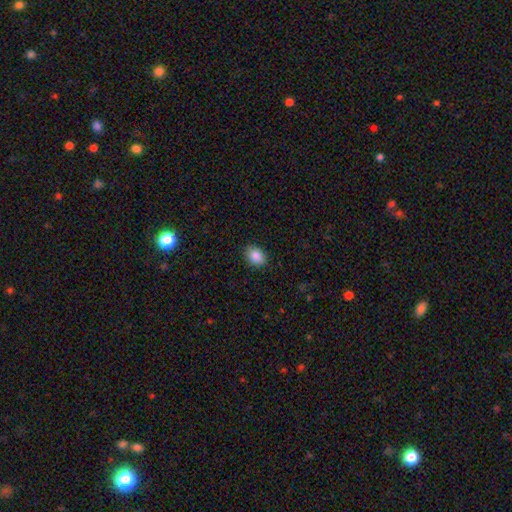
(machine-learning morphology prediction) A smooth galaxy with no disk features (87%) that is in between round and cigar-shaped (65%).

Vote fractions:
- Smooth or featured? smooth: 87% / star or artifact: 8% / featured or disk: 5%
- How rounded? in between: 65% / round: 34% / cigar-shaped: 1%
- Merging? none: 87% / minor disturbance: 10% / major disturbance: 2% / merger: 1%